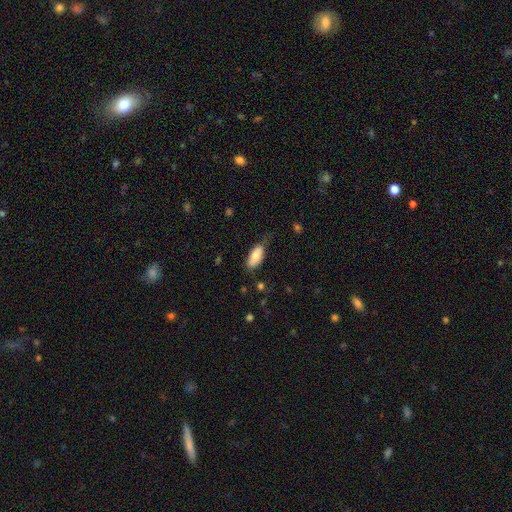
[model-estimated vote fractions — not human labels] A smooth galaxy with no disk features (82%) that is in between round and cigar-shaped (90%). Merging: none (55%).